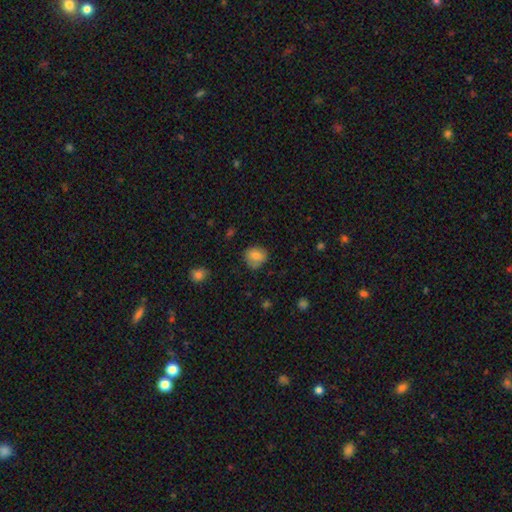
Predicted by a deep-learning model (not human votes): A smooth galaxy with no disk features (80%) that is round (75%).

Vote fractions:
- Smooth or featured? smooth: 80% / featured or disk: 11% / star or artifact: 9%
- How rounded? round: 75% / in between: 24% / cigar-shaped: 1%
- Merging? none: 73% / minor disturbance: 21% / major disturbance: 5% / merger: 2%